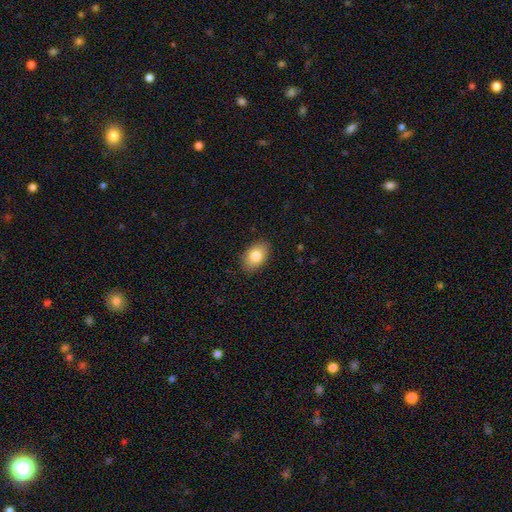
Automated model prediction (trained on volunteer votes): This appears to be a smooth galaxy with no disk features (83%) that is in between round and cigar-shaped (87%). Merging: none (88%).